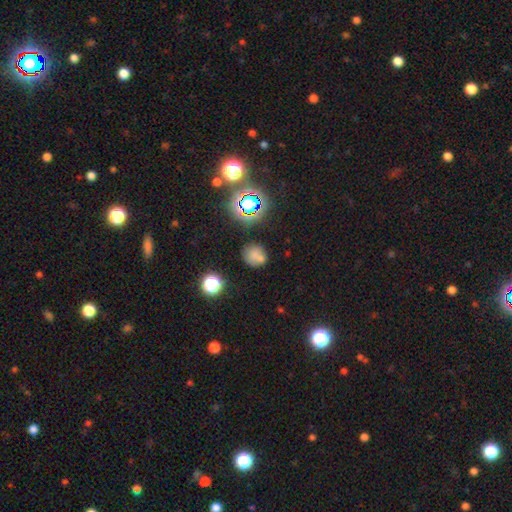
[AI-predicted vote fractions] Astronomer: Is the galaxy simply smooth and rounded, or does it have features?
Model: smooth — 66%.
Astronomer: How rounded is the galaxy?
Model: round — 85%.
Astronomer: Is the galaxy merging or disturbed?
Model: none — 63%.